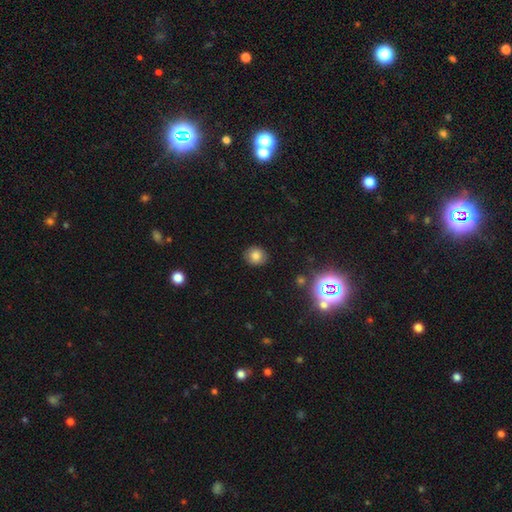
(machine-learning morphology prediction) Smooth or featured?
  - smooth: 79% *
  - star or artifact: 13%
  - featured or disk: 8%
How rounded?
  - round: 82% *
  - in between: 17%
  - cigar-shaped: 1%
Merging?
  - none: 89% *
  - minor disturbance: 8%
  - major disturbance: 2%
  - merger: 1%